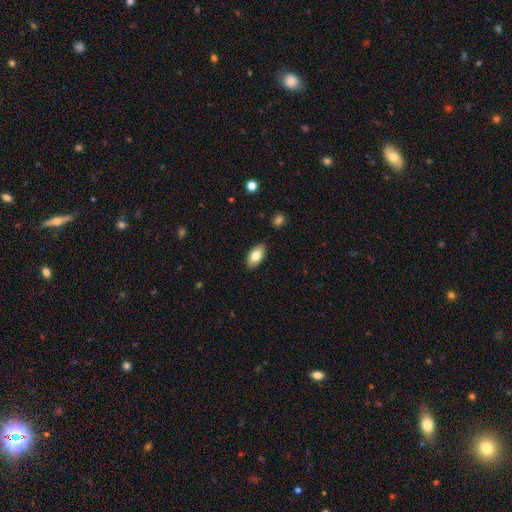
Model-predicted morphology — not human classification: This is likely a smooth galaxy (80%). How rounded: clearly in between (93%). Merging: clearly none (87%).